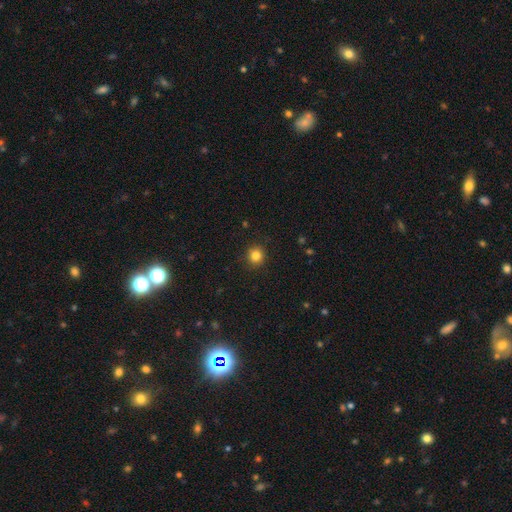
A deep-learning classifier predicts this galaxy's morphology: Smooth or featured: smooth — 83% (star or artifact — 12%)
How rounded: round — 92% (in between — 8%)
Merging: none — 91% (minor disturbance — 6%)